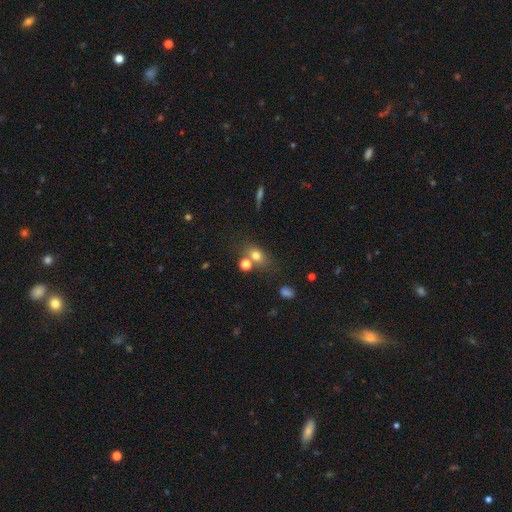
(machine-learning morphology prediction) A smooth galaxy with no disk features (72%) that is in between round and cigar-shaped (63%). Merging: none (57%).